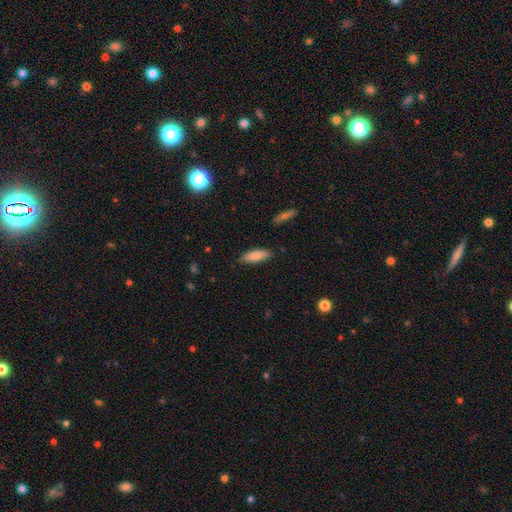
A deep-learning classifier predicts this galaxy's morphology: A smooth galaxy with no disk features (82%) that is in between round and cigar-shaped (62%).

Vote fractions:
- Smooth or featured? smooth: 82% / featured or disk: 11% / star or artifact: 6%
- How rounded? in between: 62% / cigar-shaped: 37% / round: 2%
- Merging? none: 83% / minor disturbance: 13% / major disturbance: 2% / merger: 2%